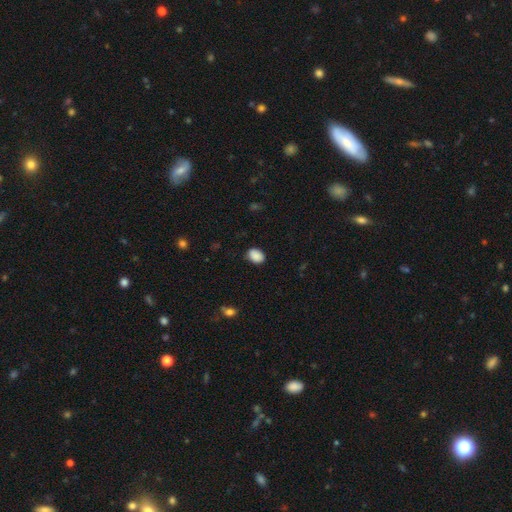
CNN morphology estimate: Q: Smooth or featured?
A: smooth (89%); runner-up: star or artifact (8%)
Q: How rounded?
A: in between (74%); runner-up: round (25%)
Q: Merging?
A: none (84%); runner-up: minor disturbance (12%)